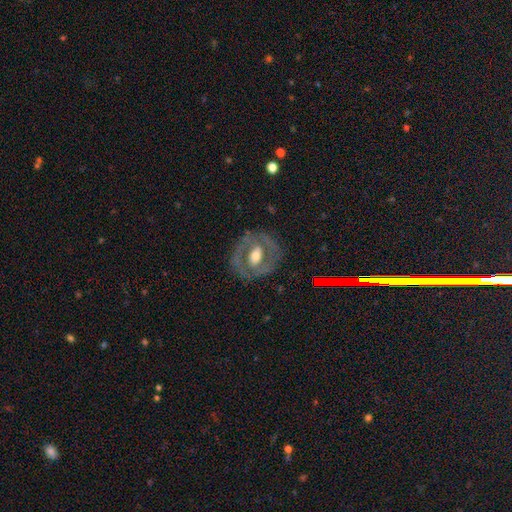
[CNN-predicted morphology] Smooth or featured? Predicted: featured or disk (p=0.67). Edge-on disk? Predicted: no (p=0.94). Bar? Predicted: no (p=0.44). Spiral arms? Predicted: no (p=0.64). Bulge size? Predicted: moderate (p=0.59). Merging? Predicted: none (p=0.75).